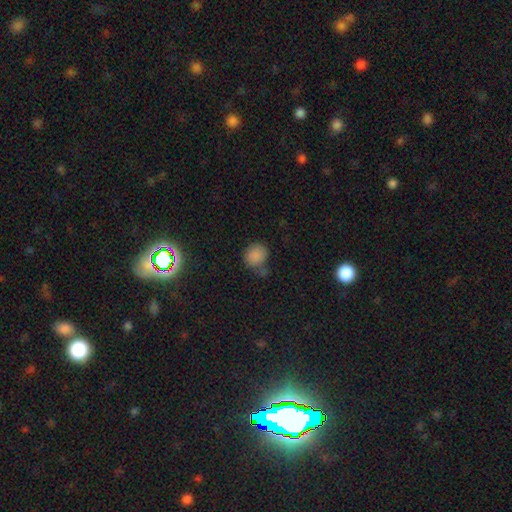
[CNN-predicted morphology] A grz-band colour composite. It shows a smooth galaxy with no disk features (84%) that is round (76%). Merging: none (58%).